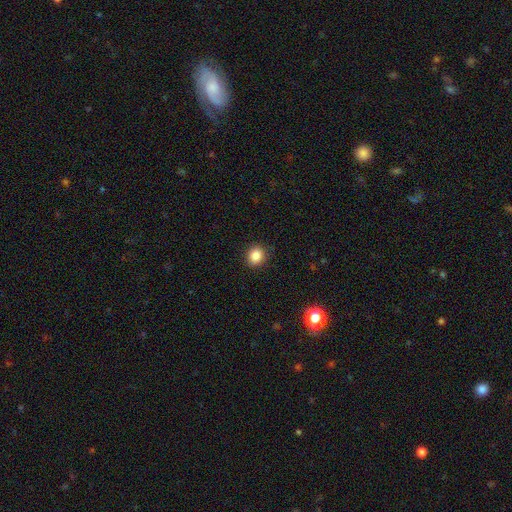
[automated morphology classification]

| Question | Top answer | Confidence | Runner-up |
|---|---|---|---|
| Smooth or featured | smooth | 86% | star or artifact (10%) |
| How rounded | round | 73% | in between (26%) |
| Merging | none | 89% | minor disturbance (8%) |